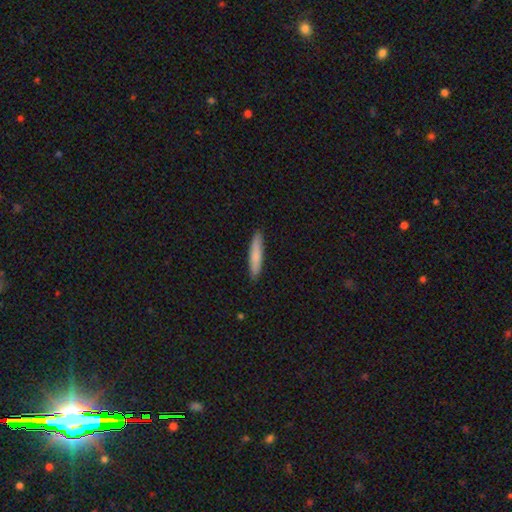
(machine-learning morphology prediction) Overall: smooth (80%). How rounded: cigar-shaped (90%). Merging: none (90%).